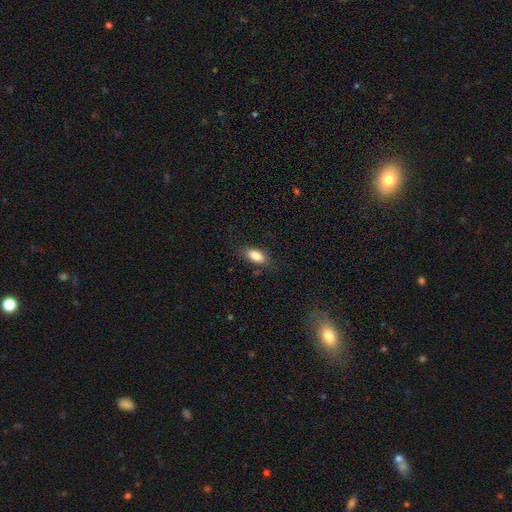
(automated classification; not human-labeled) A smooth galaxy with no disk features (85%) that is in between round and cigar-shaped (86%).

Vote fractions:
- Smooth or featured? smooth: 85% / star or artifact: 8% / featured or disk: 8%
- How rounded? in between: 86% / cigar-shaped: 10% / round: 4%
- Merging? none: 81% / minor disturbance: 14% / major disturbance: 4% / merger: 1%